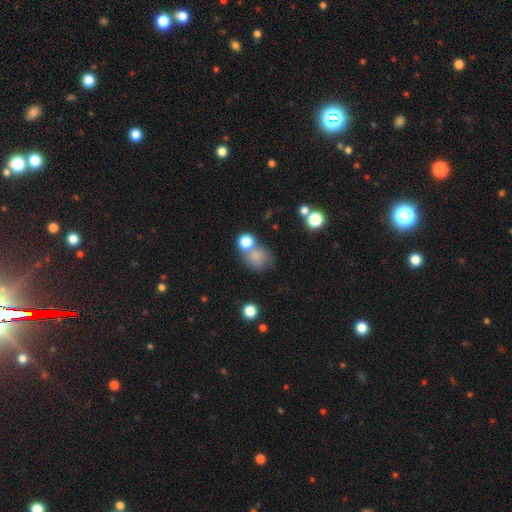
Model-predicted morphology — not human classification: type=smooth (76%); roundness=round (66%); merging=none (50%).